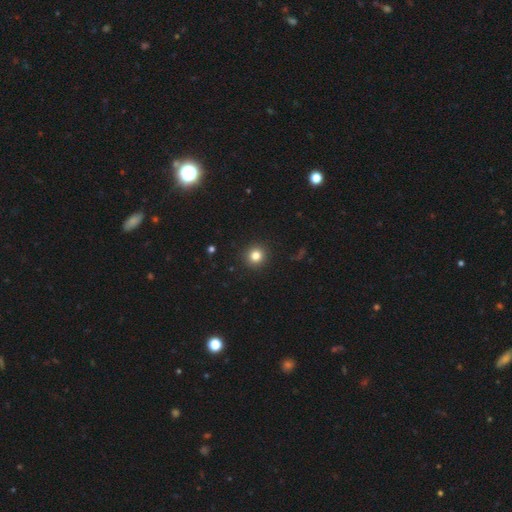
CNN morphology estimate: Smooth or featured?
  - smooth: 82% *
  - star or artifact: 12%
  - featured or disk: 6%
How rounded?
  - round: 93% *
  - in between: 6%
  - cigar-shaped: 1%
Merging?
  - none: 93% *
  - minor disturbance: 5%
  - major disturbance: 2%
  - merger: 1%